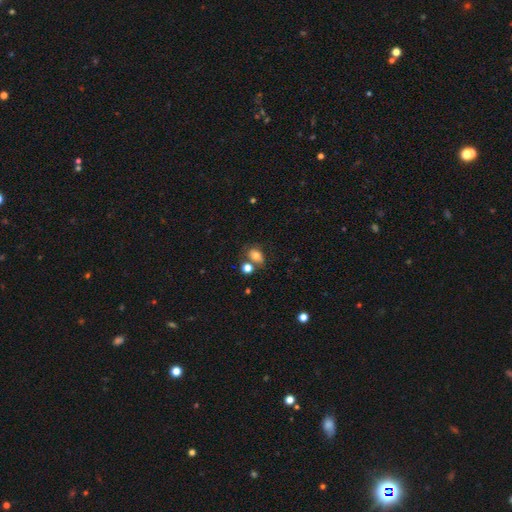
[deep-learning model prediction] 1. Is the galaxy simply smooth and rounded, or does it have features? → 73% smooth, 14% featured or disk, 13% star or artifact.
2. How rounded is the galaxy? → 58% in between, 40% round, 1% cigar-shaped.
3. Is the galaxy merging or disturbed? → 50% none, 26% merger, 17% minor disturbance, 7% major disturbance.